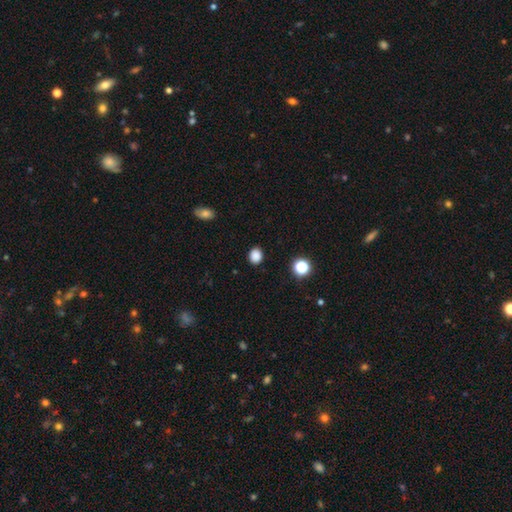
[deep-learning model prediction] smooth-or-featured: smooth: 85% | star or artifact: 12% | featured or disk: 3%
  how-rounded: round: 56% | in between: 43% | cigar-shaped: 1%
  merging: none: 88% | minor disturbance: 8% | major disturbance: 2% | merger: 1%